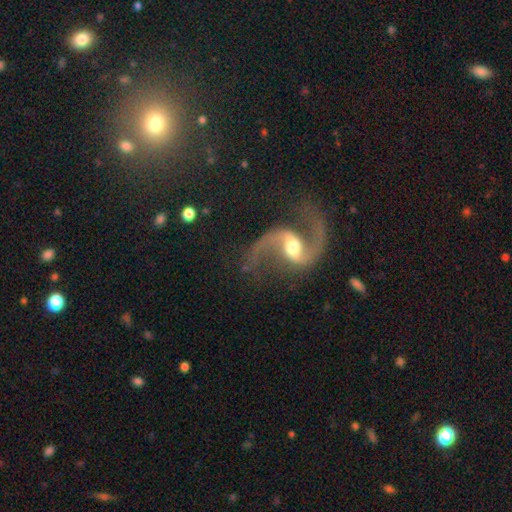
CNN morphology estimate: A featured or disk galaxy (92%) with a weak bar (44%), 2 (94%) loose (62%) spiral arms (98%) and a moderate central bulge (64%).

Vote fractions:
- Smooth or featured? featured or disk: 92% / star or artifact: 5% / smooth: 3%
- Edge-on disk? no: 98% / yes: 2%
- Bar? weak: 44% / no: 30% / strong: 26%
- Spiral arms? yes: 98% / no: 2%
- Spiral winding? loose: 62% / medium: 33% / tight: 5%
- Spiral arm count? 2: 94% / 1: 1% / can't tell: 1% / 3: 1% / 4: 1% / more than 4: 1%
- Bulge size? moderate: 64% / small: 24% / large: 9% / none: 2% / dominant: 1%
- Merging? none: 76% / minor disturbance: 14% / major disturbance: 8% / merger: 2%